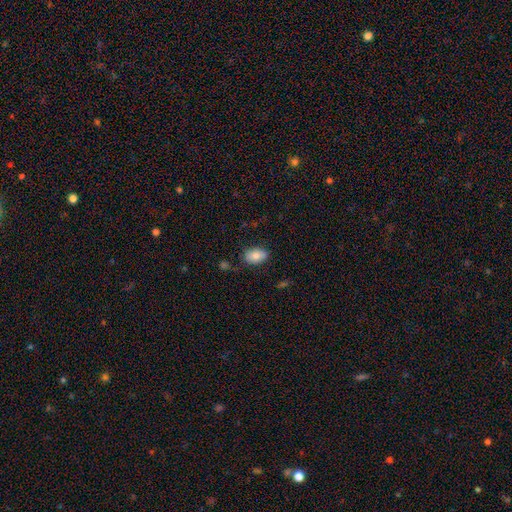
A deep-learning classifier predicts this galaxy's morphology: Overall: smooth (81%). How rounded: in between (90%). Merging: none (80%).